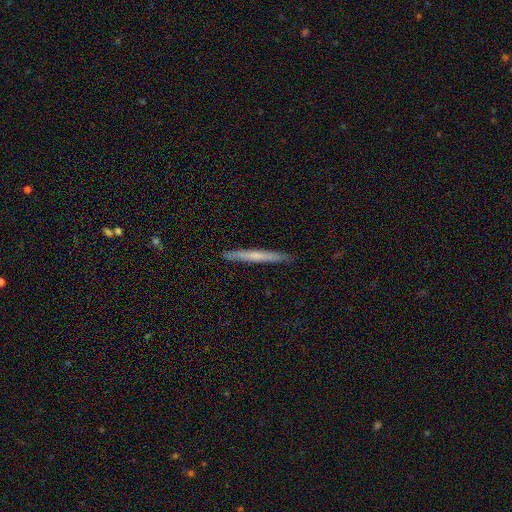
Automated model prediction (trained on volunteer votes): The model was most divided on "smooth or featured": smooth: 54%, featured or disk: 40%, star or artifact: 6%. More confident: how rounded — cigar-shaped (97%); merging — none (91%).